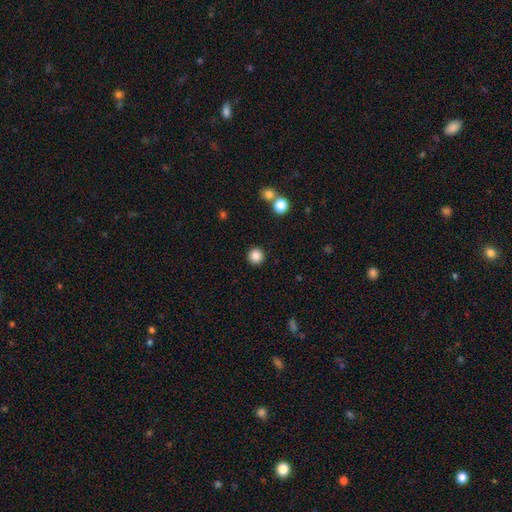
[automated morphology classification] Smooth or featured?
  - smooth: 86% *
  - star or artifact: 10%
  - featured or disk: 3%
How rounded?
  - round: 96% *
  - in between: 3%
  - cigar-shaped: 1%
Merging?
  - none: 92% *
  - minor disturbance: 4%
  - major disturbance: 2%
  - merger: 2%